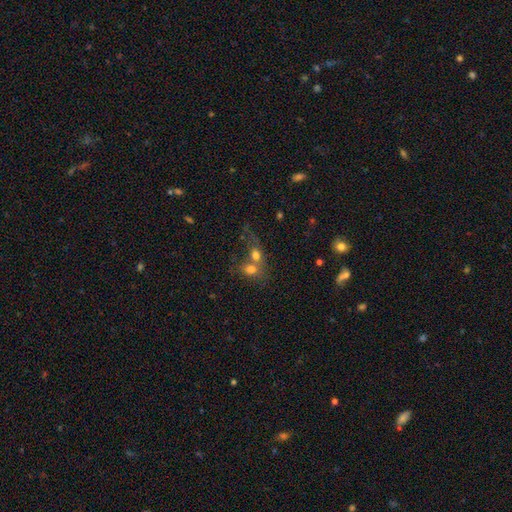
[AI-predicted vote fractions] Q: Smooth or featured?
A: smooth (69%); runner-up: featured or disk (18%)
Q: How rounded?
A: round (56%); runner-up: in between (42%)
Q: Merging?
A: merger (71%); runner-up: none (19%)